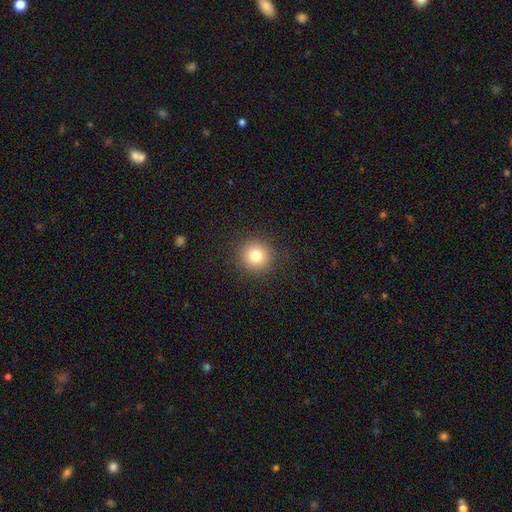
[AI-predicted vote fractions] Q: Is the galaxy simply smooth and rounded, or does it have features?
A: smooth — 80%.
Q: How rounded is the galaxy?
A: round — 93%.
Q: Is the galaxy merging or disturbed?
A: none — 90%.